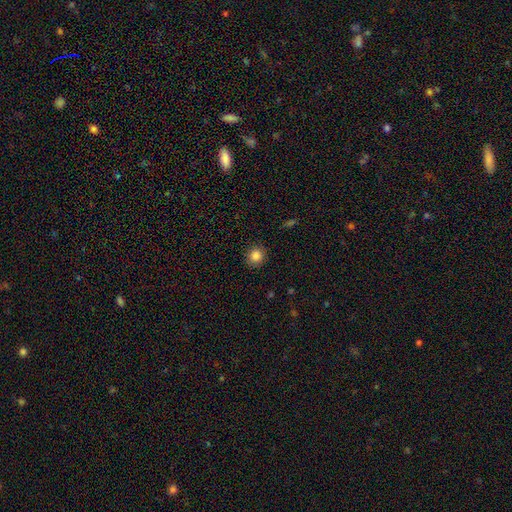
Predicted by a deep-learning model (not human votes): Morphology: type=smooth (85%); roundness=round (88%); merging=none (90%).